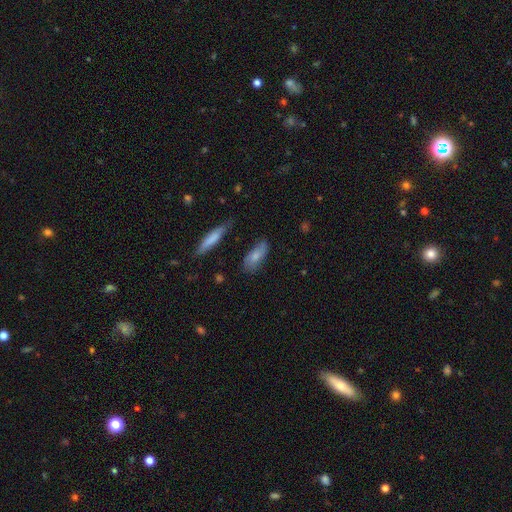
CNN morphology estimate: The model was most divided on "merging": none: 69%, minor disturbance: 23%, major disturbance: 5%, merger: 3%. More confident: how rounded — in between (76%); smooth or featured — smooth (71%).